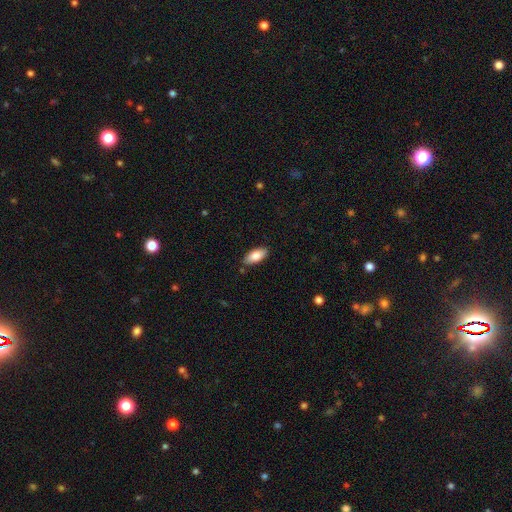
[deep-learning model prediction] Overall: smooth (84%). How rounded: in between (88%). Merging: none (86%).